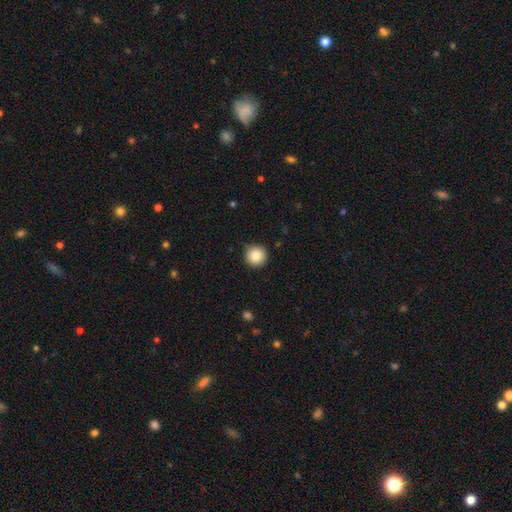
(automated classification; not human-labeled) A smooth galaxy with no disk features (84%) that is round (96%). Merging: none (87%).